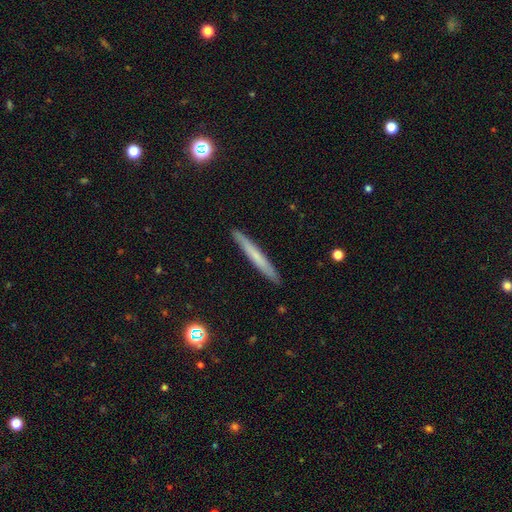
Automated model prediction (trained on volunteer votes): smooth 59%, featured or disk 34%, star or artifact 6%. Down the decision tree: how rounded — cigar-shaped (97%); merging — none (91%).